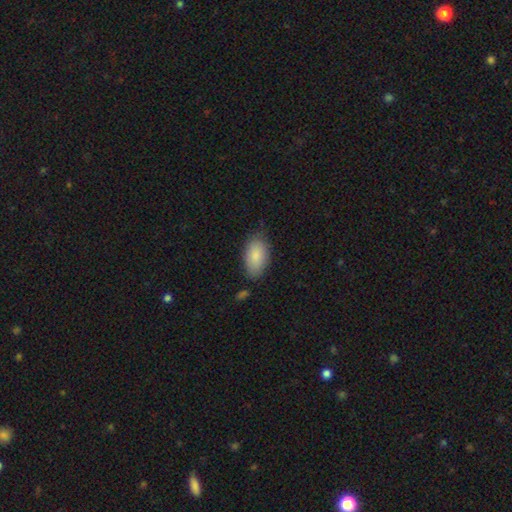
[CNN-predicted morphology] Smooth or featured? smooth (87%)
How rounded? in between (94%)
Merging? none (77%)